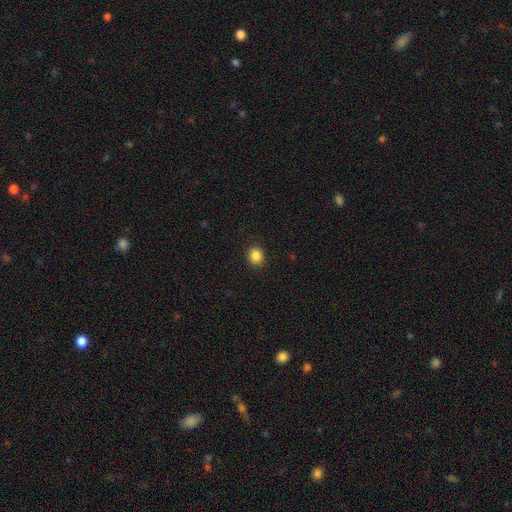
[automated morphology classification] type=smooth (87%); roundness=round (73%); merging=none (90%).